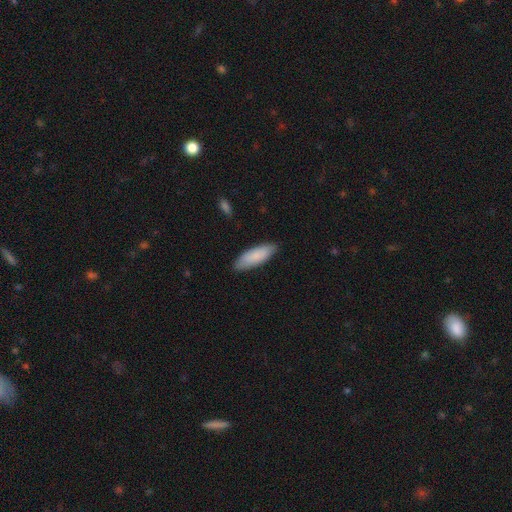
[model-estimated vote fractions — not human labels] Q: Smooth or featured?
A: smooth (86%); runner-up: featured or disk (9%)
Q: How rounded?
A: in between (61%); runner-up: cigar-shaped (38%)
Q: Merging?
A: none (86%); runner-up: minor disturbance (11%)